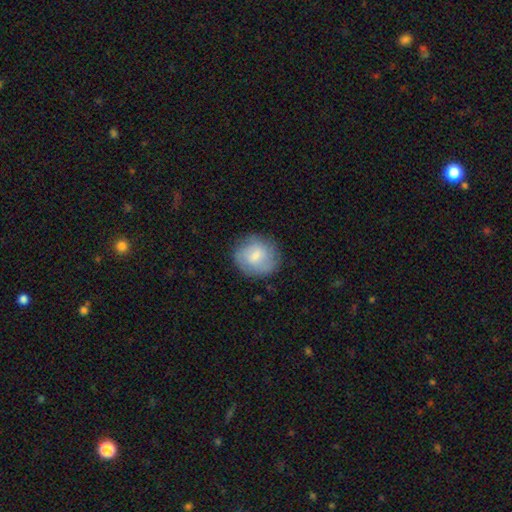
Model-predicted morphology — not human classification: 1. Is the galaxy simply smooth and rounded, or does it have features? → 71% smooth, 22% featured or disk, 7% star or artifact.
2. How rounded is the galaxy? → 85% round, 14% in between, 1% cigar-shaped.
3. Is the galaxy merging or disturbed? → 78% none, 15% minor disturbance, 6% major disturbance, 1% merger.